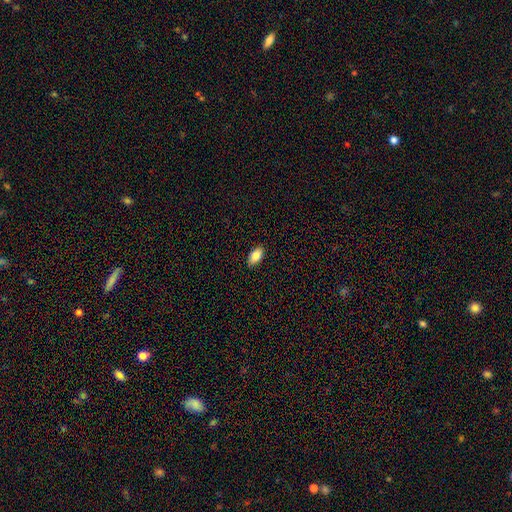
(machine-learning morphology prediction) smooth_or_featured: smooth (p=0.86) [alt: star or artifact p=0.07]
how_rounded: in between (p=0.93) [alt: round p=0.04]
merging: none (p=0.89) [alt: minor disturbance p=0.08]